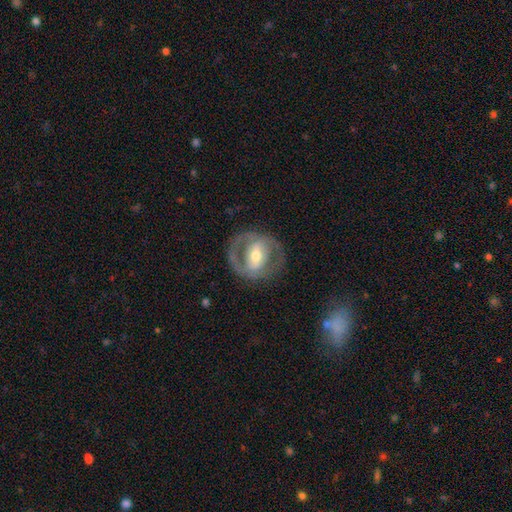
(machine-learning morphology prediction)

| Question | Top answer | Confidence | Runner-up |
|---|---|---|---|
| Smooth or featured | featured or disk | 75% | smooth (20%) |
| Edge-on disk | no | 95% | yes (5%) |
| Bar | strong | 44% | weak (34%) |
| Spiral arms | yes | 60% | no (40%) |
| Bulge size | moderate | 63% | small (27%) |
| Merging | none | 74% | minor disturbance (13%) |